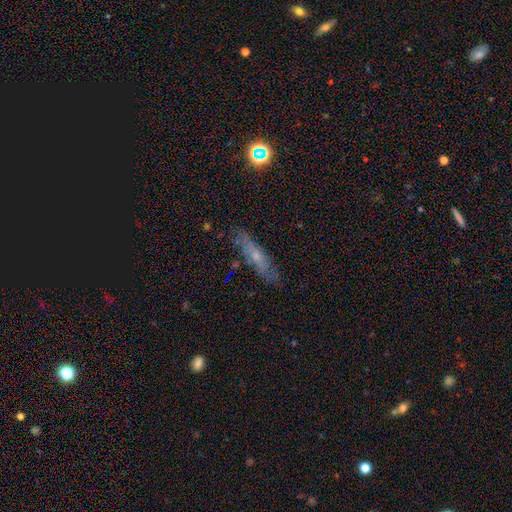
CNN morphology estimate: A featured or disk galaxy (49%).

Vote fractions:
- Smooth or featured? featured or disk: 49% / smooth: 42% / star or artifact: 9%
- Merging? none: 77% / minor disturbance: 17% / major disturbance: 4% / merger: 2%